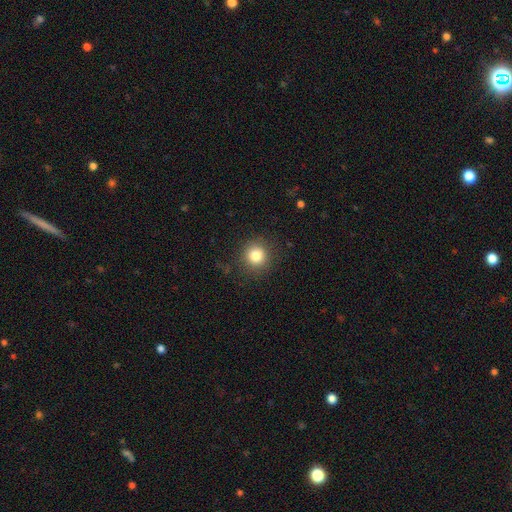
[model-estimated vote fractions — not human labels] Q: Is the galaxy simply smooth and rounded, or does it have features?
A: smooth — 81%.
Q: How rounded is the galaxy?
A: round — 93%.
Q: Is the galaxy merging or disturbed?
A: none — 87%.